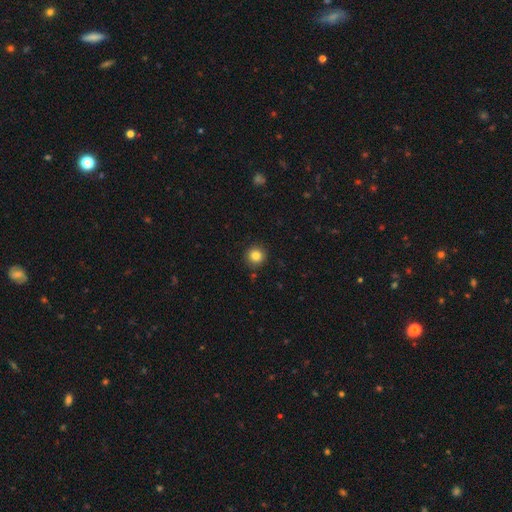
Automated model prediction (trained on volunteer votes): A smooth galaxy with no disk features (83%) that is round (95%). Merging: none (91%).